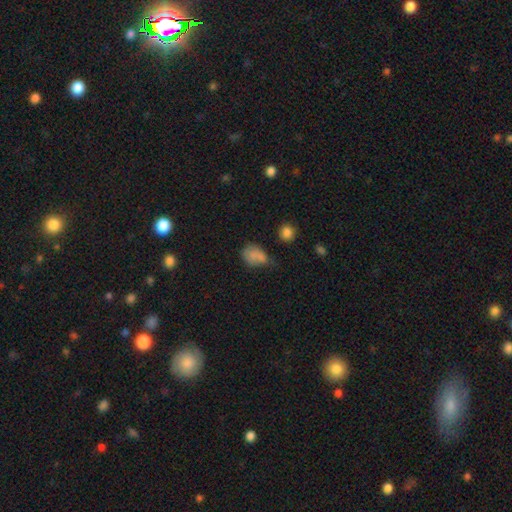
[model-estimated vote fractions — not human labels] This is likely a smooth galaxy (75%). How rounded: likely in between (69%). Merging: marginally none (38%).